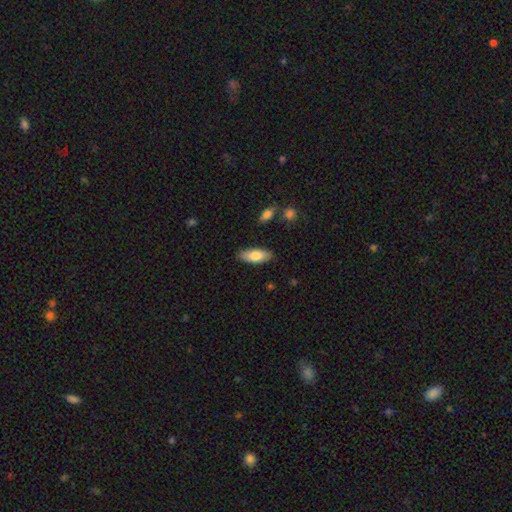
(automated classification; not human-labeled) smooth_or_featured: smooth (p=0.77) [alt: featured or disk p=0.17]
how_rounded: in between (p=0.78) [alt: cigar-shaped p=0.20]
merging: none (p=0.86) [alt: minor disturbance p=0.10]